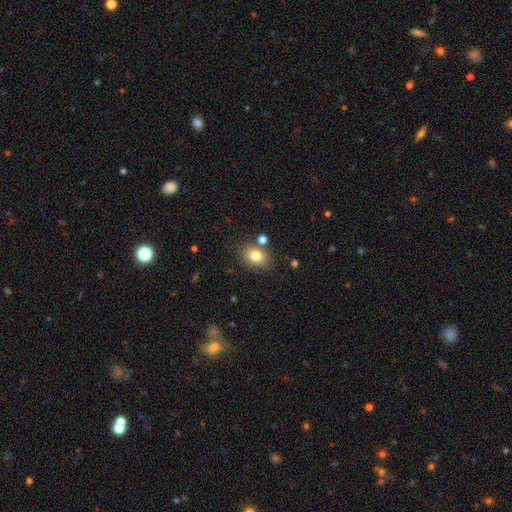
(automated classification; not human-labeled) Overall: smooth (81%). How rounded: in between (66%; round 32%). Merging: none (79%).